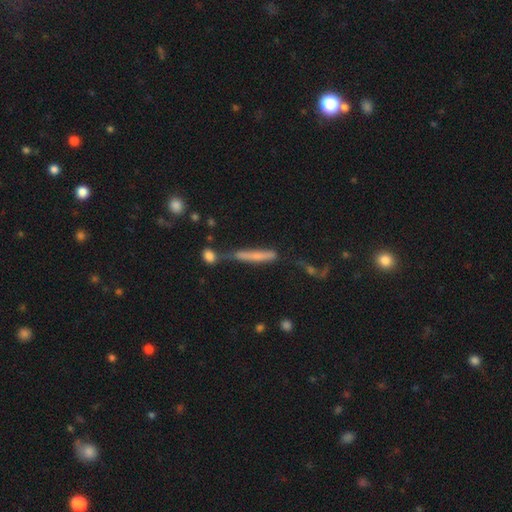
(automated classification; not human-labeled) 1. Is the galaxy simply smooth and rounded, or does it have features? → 55% smooth, 35% featured or disk, 10% star or artifact.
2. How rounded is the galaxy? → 91% cigar-shaped, 7% in between, 2% round.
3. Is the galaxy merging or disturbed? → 49% none, 22% merger, 20% minor disturbance, 10% major disturbance.